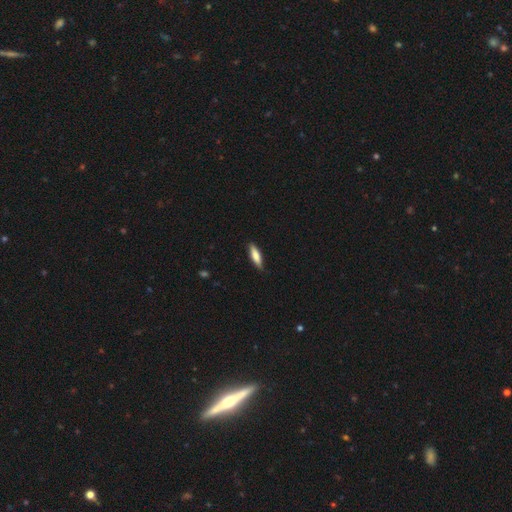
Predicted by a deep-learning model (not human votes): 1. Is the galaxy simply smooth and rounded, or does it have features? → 72% smooth, 23% featured or disk, 6% star or artifact.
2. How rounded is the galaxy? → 66% cigar-shaped, 32% in between, 2% round.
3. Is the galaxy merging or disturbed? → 84% none, 13% minor disturbance, 2% major disturbance, 1% merger.